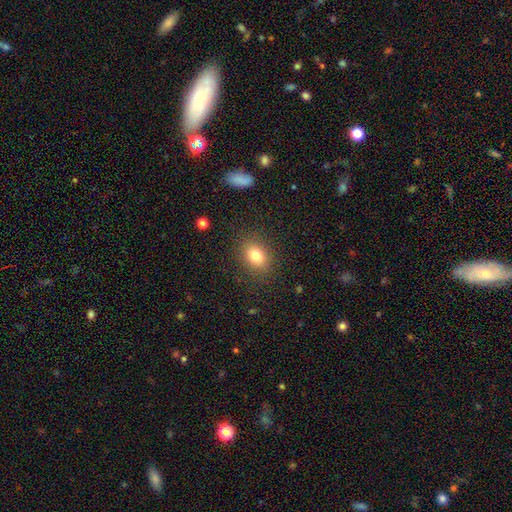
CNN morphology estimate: Smooth or featured? Predicted: smooth (p=0.79). How rounded? Predicted: in between (p=0.62). Merging? Predicted: none (p=0.85).